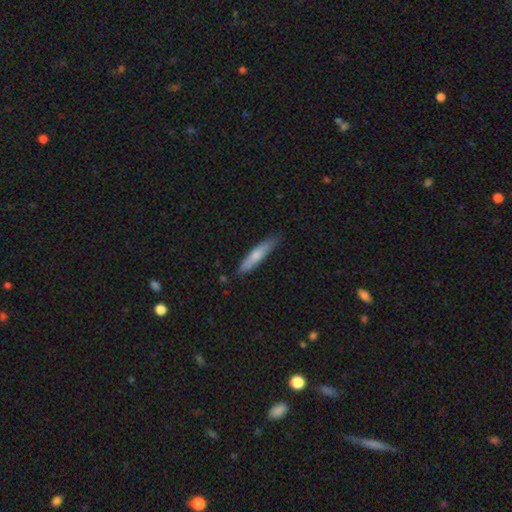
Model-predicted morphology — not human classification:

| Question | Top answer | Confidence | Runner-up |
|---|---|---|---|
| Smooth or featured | smooth | 71% | featured or disk (24%) |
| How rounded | cigar-shaped | 88% | in between (11%) |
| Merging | none | 82% | minor disturbance (15%) |